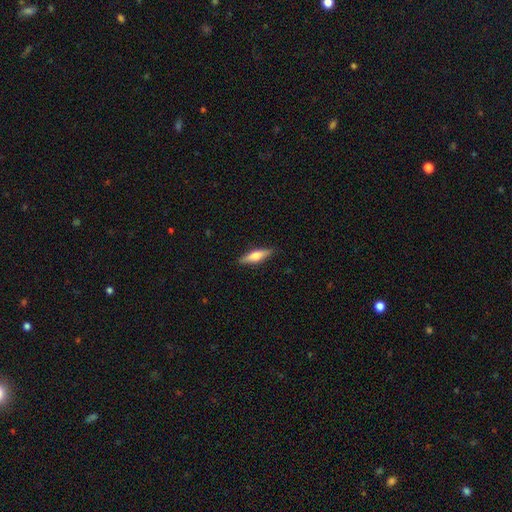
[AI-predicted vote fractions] Smooth or featured?
  - smooth: 49% *
  - featured or disk: 45%
  - star or artifact: 6%
Merging?
  - none: 89% *
  - minor disturbance: 8%
  - major disturbance: 2%
  - merger: 1%